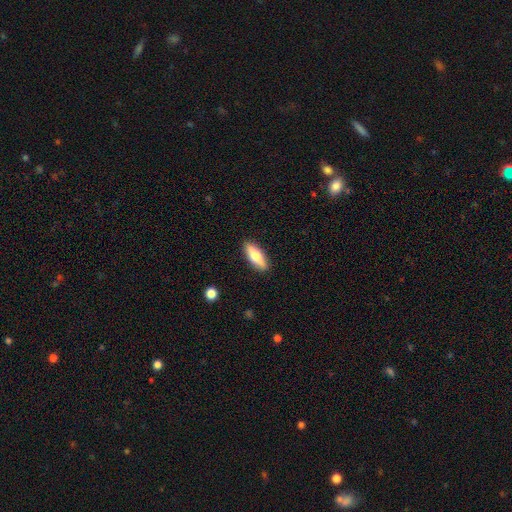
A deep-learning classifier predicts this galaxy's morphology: Q: Smooth or featured?
A: smooth (61%); runner-up: featured or disk (33%)
Q: How rounded?
A: in between (49%); tied with: cigar-shaped (49%)
Q: Merging?
A: none (90%); runner-up: minor disturbance (8%)